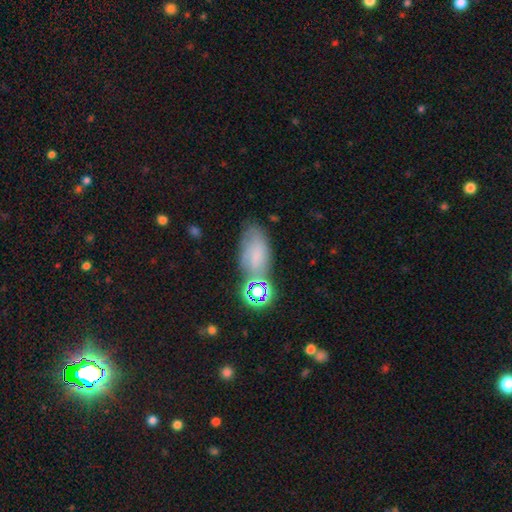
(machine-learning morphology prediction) This is possibly a smooth galaxy (56%). How rounded: clearly in between (87%). Merging: possibly none (57%).